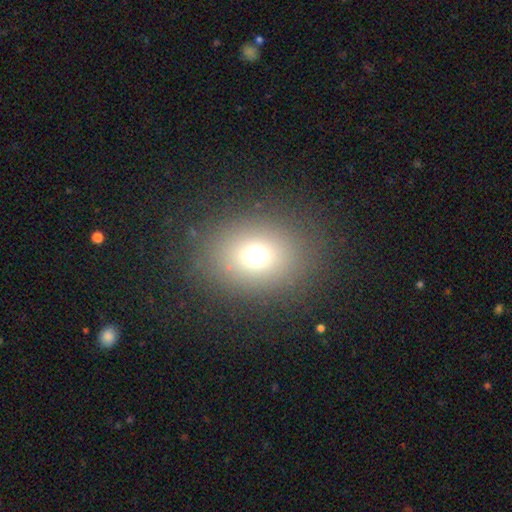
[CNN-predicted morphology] A smooth galaxy with no disk features (70%) that is round (55%).

Vote fractions:
- Smooth or featured? smooth: 70% / star or artifact: 19% / featured or disk: 11%
- How rounded? round: 55% / in between: 44% / cigar-shaped: 1%
- Merging? none: 84% / minor disturbance: 9% / major disturbance: 6% / merger: 1%